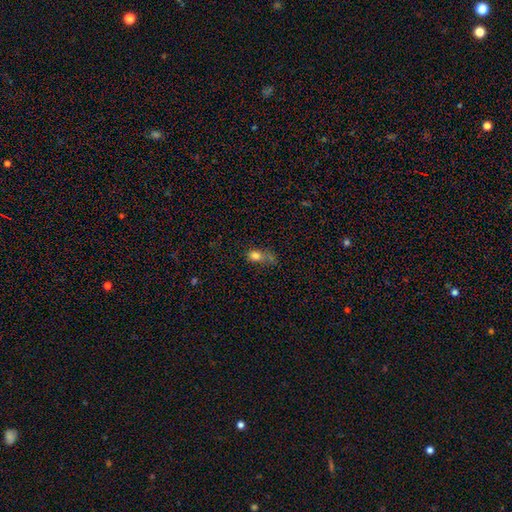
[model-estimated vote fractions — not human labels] Smooth or featured? Predicted: smooth (p=0.78). How rounded? Predicted: in between (p=0.57). Merging? Predicted: none (p=0.33).